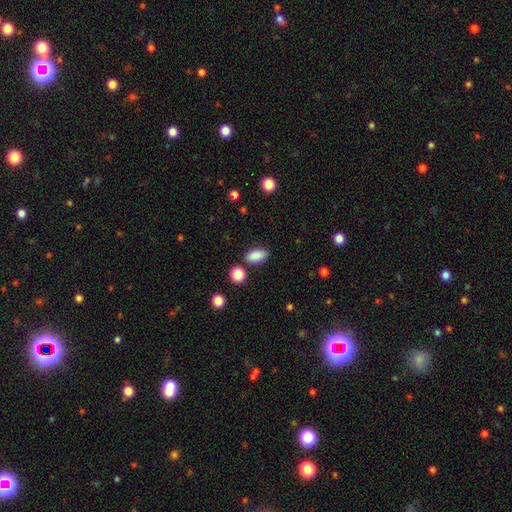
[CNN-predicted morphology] A smooth galaxy with no disk features (87%) that is in between round and cigar-shaped (89%).

Vote fractions:
- Smooth or featured? smooth: 87% / star or artifact: 8% / featured or disk: 4%
- How rounded? in between: 89% / round: 6% / cigar-shaped: 5%
- Merging? none: 82% / minor disturbance: 11% / merger: 4% / major disturbance: 3%